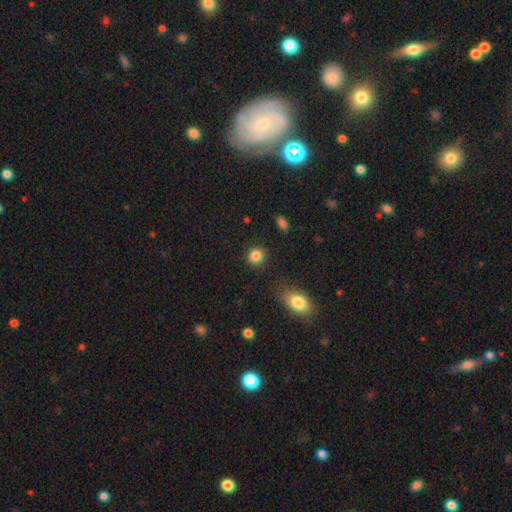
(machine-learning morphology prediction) Smooth or featured? Predicted: smooth (p=0.85). How rounded? Predicted: round (p=0.80). Merging? Predicted: none (p=0.88).